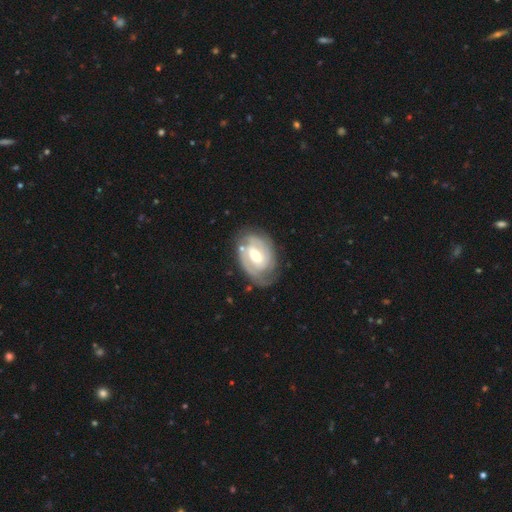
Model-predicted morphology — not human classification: Smooth or featured? featured or disk (81%)
Edge-on disk? no (96%)
Bar? weak (47%)
Spiral arms? yes (89%)
Spiral winding? tight (60%)
Spiral arm count? 2 (57%)
Bulge size? moderate (62%)
Merging? none (70%)